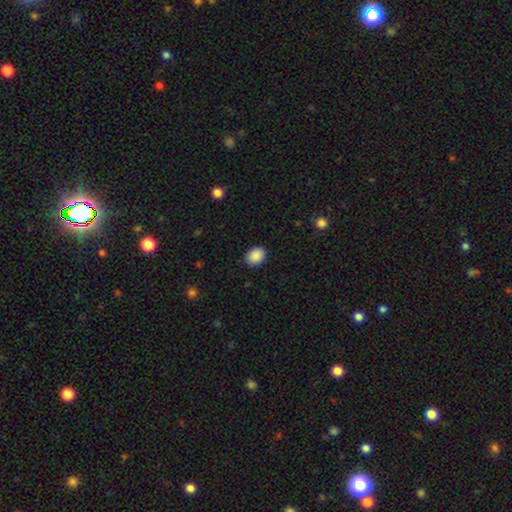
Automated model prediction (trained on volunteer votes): Overall: smooth (89%). How rounded: in between (51%; round 48%). Merging: none (89%).